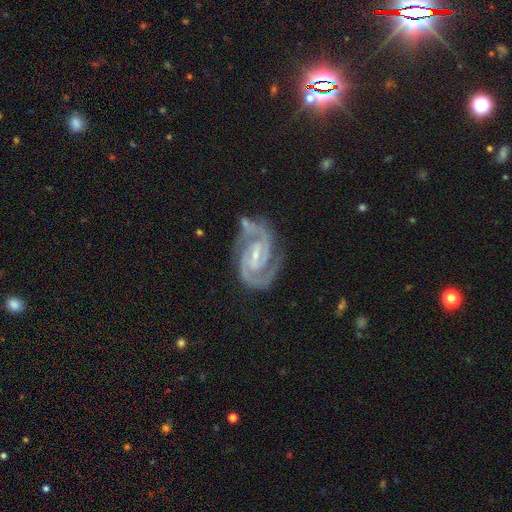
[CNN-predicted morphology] type=featured or disk (93%); edge-on=no (98%); bar=weak (48%); spiral arms=yes (99%); winding=tight (56%); arm count=2 (91%); bulge=small (69%); merging=none (73%).